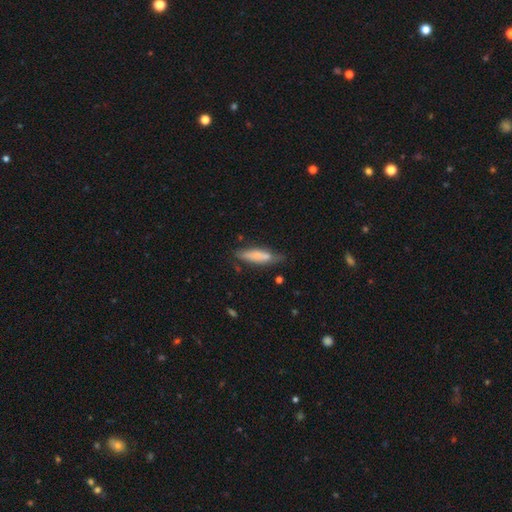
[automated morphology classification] Q: Smooth or featured?
A: smooth (74%); runner-up: featured or disk (20%)
Q: How rounded?
A: cigar-shaped (67%); runner-up: in between (31%)
Q: Merging?
A: none (66%); runner-up: minor disturbance (24%)